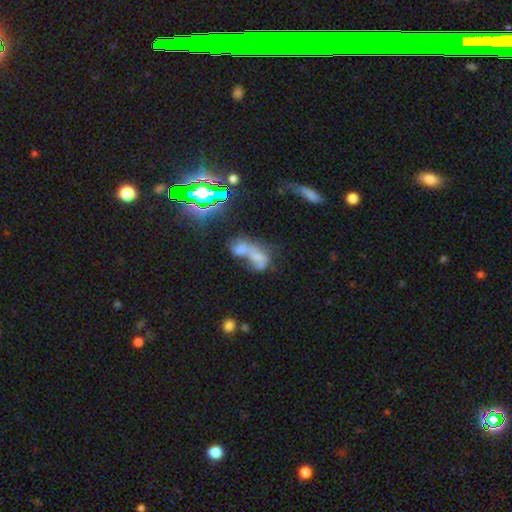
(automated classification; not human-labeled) Smooth or featured? Predicted: smooth (p=0.44). Merging? Predicted: merger (p=0.69).